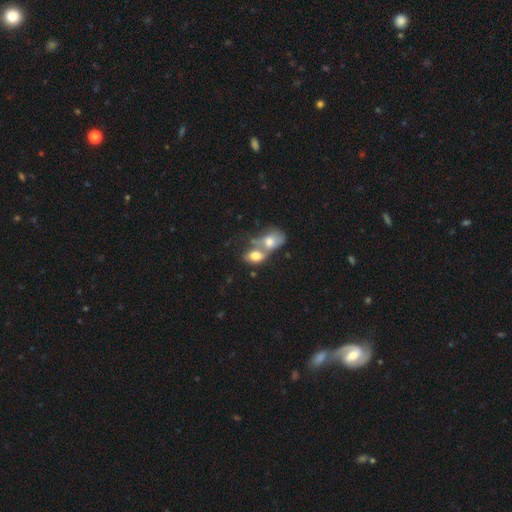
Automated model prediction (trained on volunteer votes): This is likely a smooth galaxy (71%). How rounded: clearly in between (82%). Merging: likely merger (75%).